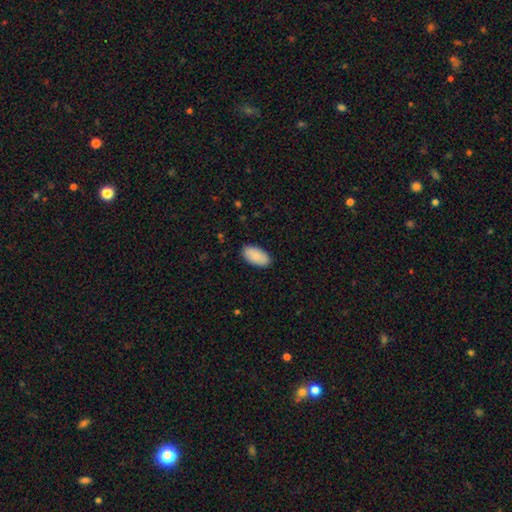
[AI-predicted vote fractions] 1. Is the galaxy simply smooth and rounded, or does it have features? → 89% smooth, 6% star or artifact, 5% featured or disk.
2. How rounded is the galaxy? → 95% in between, 2% cigar-shaped, 2% round.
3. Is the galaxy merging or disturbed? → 88% none, 9% minor disturbance, 2% major disturbance, 1% merger.